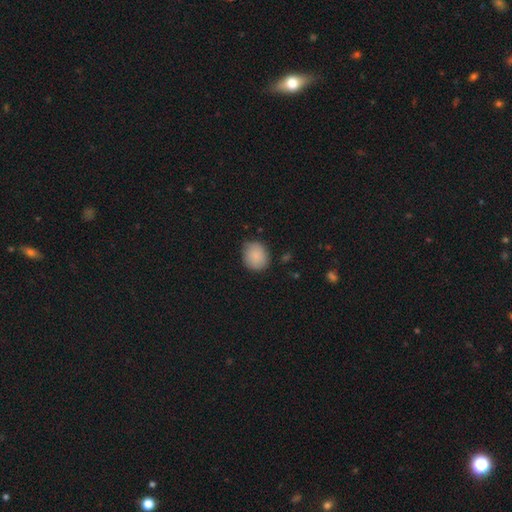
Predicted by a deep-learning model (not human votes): Smooth or featured? Predicted: smooth (p=0.86). How rounded? Predicted: round (p=0.69). Merging? Predicted: none (p=0.75).